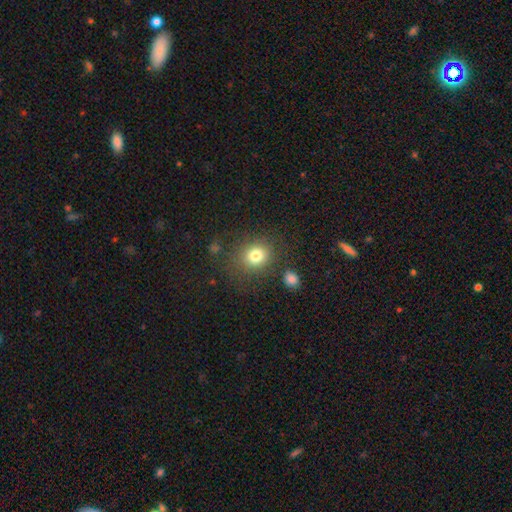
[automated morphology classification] Smooth or featured? Predicted: smooth (p=0.80). How rounded? Predicted: round (p=0.73). Merging? Predicted: none (p=0.77).